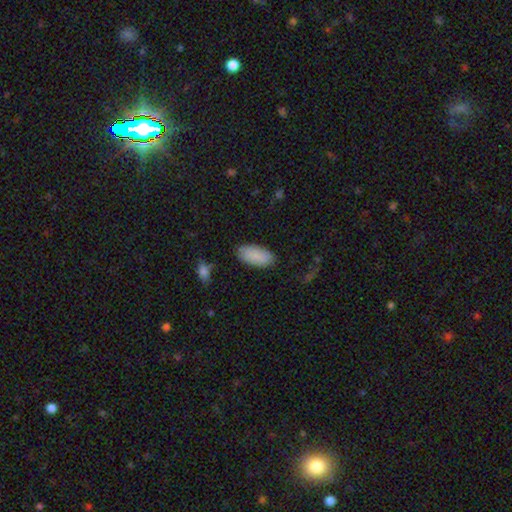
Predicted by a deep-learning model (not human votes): smooth-or-featured: smooth: 89% | star or artifact: 6% | featured or disk: 5%
  how-rounded: in between: 93% | cigar-shaped: 6% | round: 2%
  merging: none: 86% | minor disturbance: 11% | major disturbance: 2% | merger: 1%